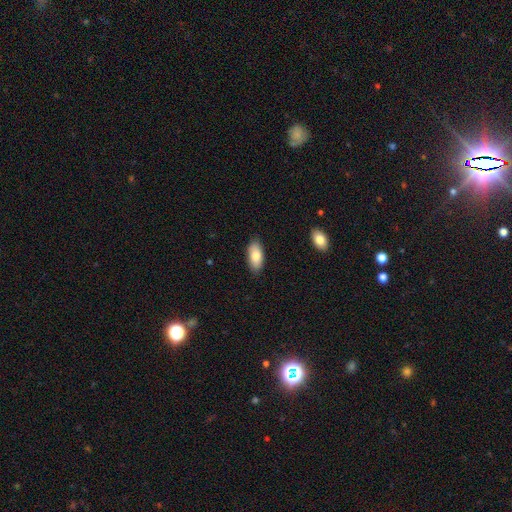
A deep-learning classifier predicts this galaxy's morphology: type=smooth (82%); roundness=in between (90%); merging=none (87%).